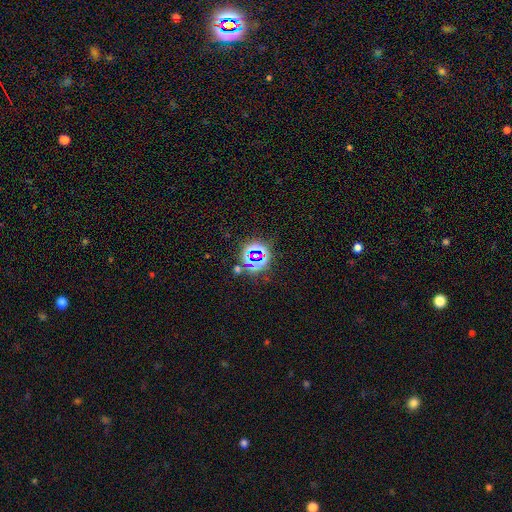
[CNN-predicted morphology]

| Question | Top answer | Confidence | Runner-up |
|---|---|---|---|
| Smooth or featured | star or artifact | 74% | smooth (16%) |